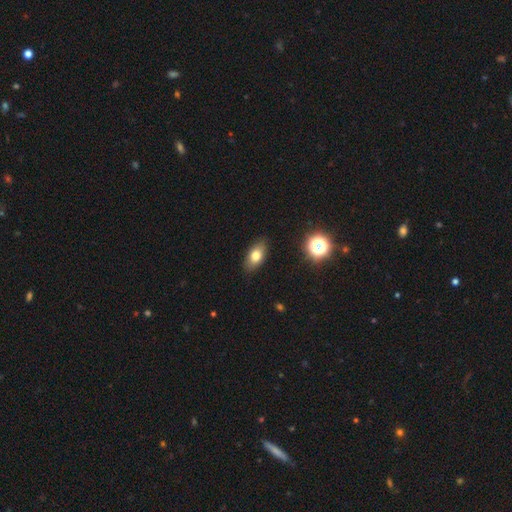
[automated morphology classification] smooth_or_featured: smooth (p=0.76) [alt: featured or disk p=0.14]
how_rounded: in between (p=0.85) [alt: round p=0.09]
merging: none (p=0.87) [alt: minor disturbance p=0.10]